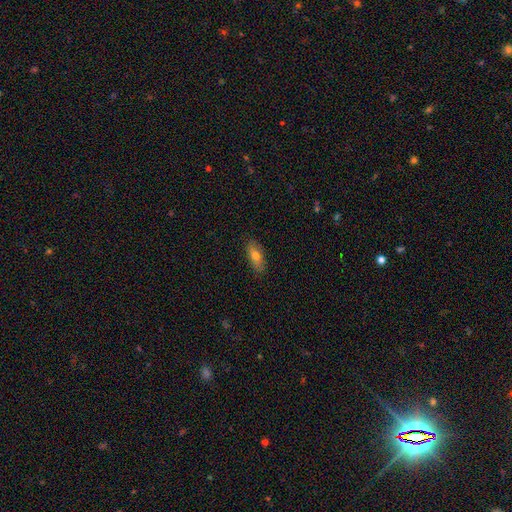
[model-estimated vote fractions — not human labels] Overall: smooth (73%). How rounded: in between (81%). Merging: none (85%).